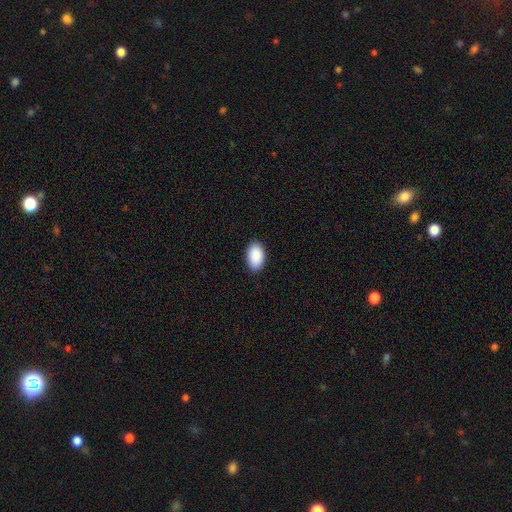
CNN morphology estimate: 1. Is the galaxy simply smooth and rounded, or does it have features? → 91% smooth, 6% star or artifact, 3% featured or disk.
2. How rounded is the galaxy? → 94% in between, 5% round, 1% cigar-shaped.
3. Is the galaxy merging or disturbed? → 89% none, 9% minor disturbance, 2% major disturbance, 1% merger.